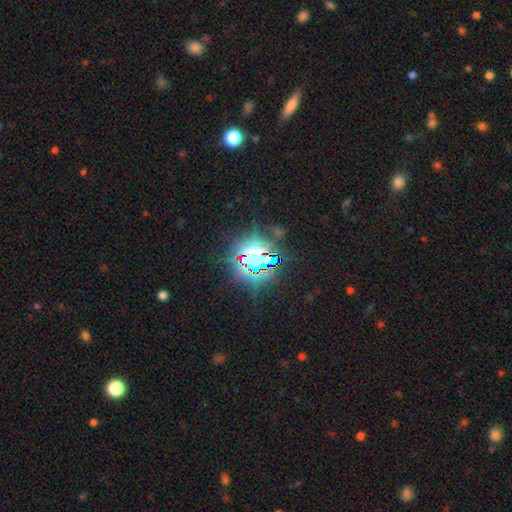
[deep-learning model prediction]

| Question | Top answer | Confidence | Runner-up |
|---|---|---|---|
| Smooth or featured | star or artifact | 77% | smooth (13%) |